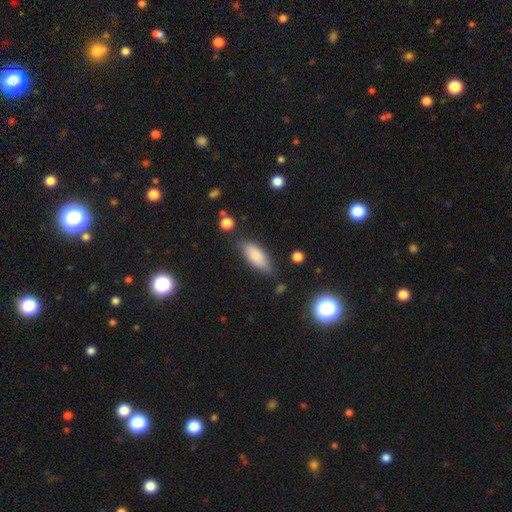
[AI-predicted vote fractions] Smooth or featured? smooth (83%)
How rounded? in between (76%)
Merging? none (74%)